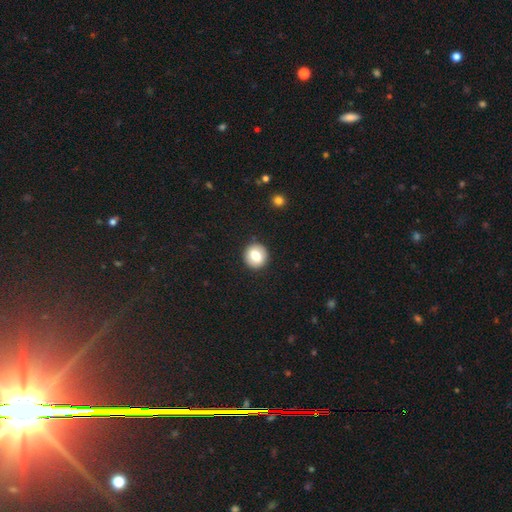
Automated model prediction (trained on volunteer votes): smooth_or_featured: smooth (p=0.78) [alt: featured or disk p=0.14]
how_rounded: round (p=0.92) [alt: in between p=0.07]
merging: none (p=0.92) [alt: minor disturbance p=0.05]